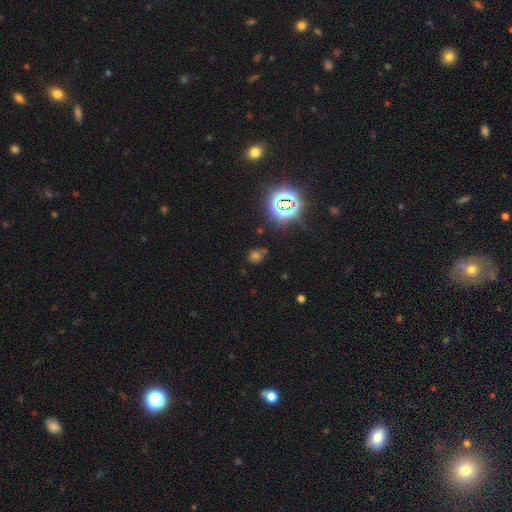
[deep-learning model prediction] The model was most divided on "smooth or featured": star or artifact: 52%, smooth: 39%, featured or disk: 9%.